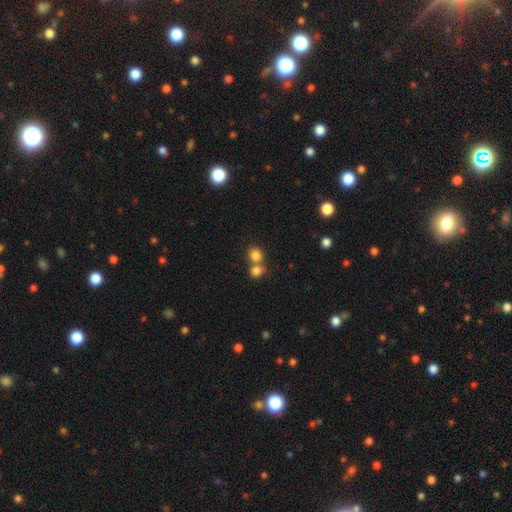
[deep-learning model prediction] smooth_or_featured: smooth (p=0.81) [alt: star or artifact p=0.12]
how_rounded: round (p=0.81) [alt: in between p=0.18]
merging: none (p=0.46) [alt: merger p=0.45]